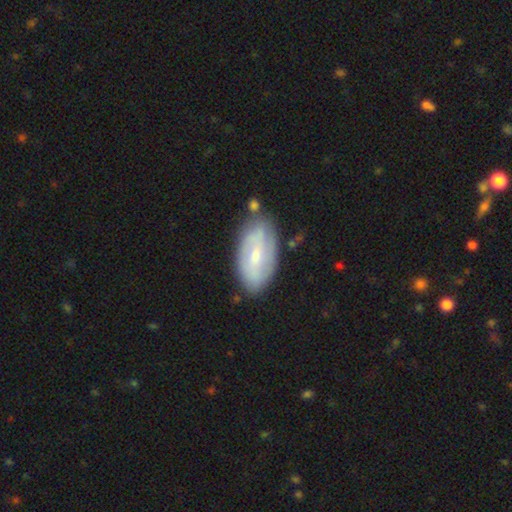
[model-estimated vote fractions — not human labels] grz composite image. It shows a featured or disk galaxy (56%) with a weak bar (51%), spiral arms (72%) and a small central bulge (56%). Merging: none (71%).